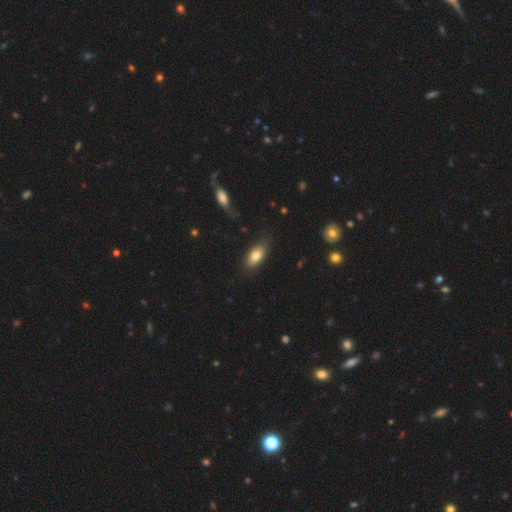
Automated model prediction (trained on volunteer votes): smooth_or_featured: smooth (p=0.79) [alt: featured or disk p=0.14]
how_rounded: in between (p=0.89) [alt: cigar-shaped p=0.07]
merging: none (p=0.77) [alt: minor disturbance p=0.16]